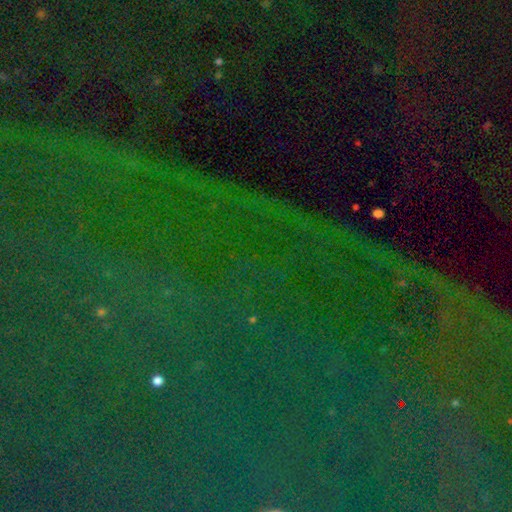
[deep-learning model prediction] Morphology: type=star or artifact (84%).